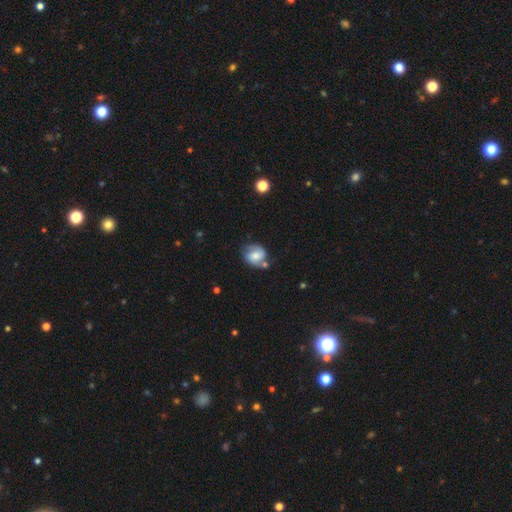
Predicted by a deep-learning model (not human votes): featured or disk 53%, smooth 39%, star or artifact 8%. Down the decision tree: edge-on disk — no (97%); bar — no (44%); spiral arms — yes (85%); bulge size — moderate (51%); merging — none (58%).